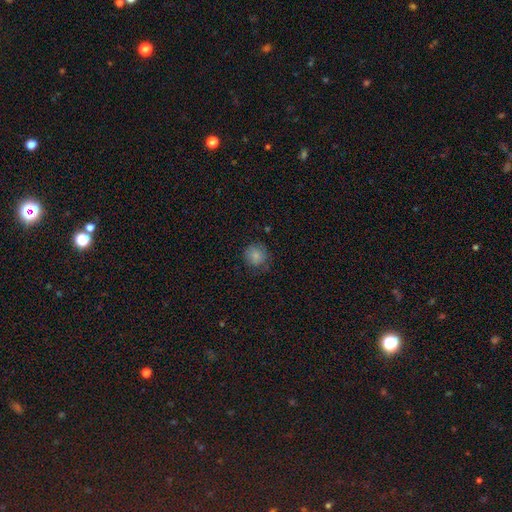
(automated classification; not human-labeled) Smooth or featured? Predicted: smooth (p=0.81). How rounded? Predicted: round (p=0.90). Merging? Predicted: none (p=0.74).